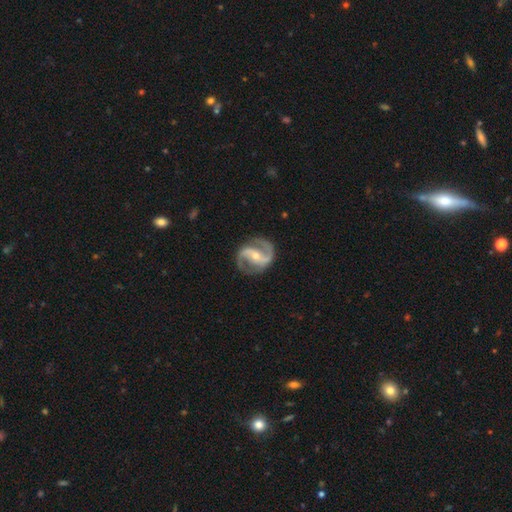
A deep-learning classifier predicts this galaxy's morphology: This appears to be a featured or disk galaxy (92%) with a strong bar (49%), 2 (93%) medium (56%) spiral arms (97%) and a small central bulge (55%). Merging: none (83%).